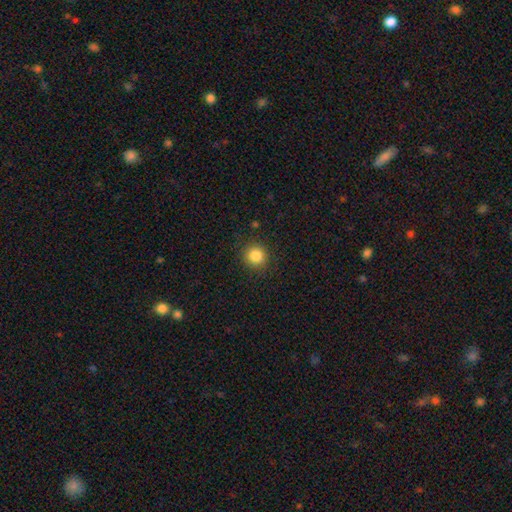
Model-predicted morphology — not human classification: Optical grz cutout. It shows a smooth galaxy with no disk features (84%) that is round (93%). Merging: none (90%).